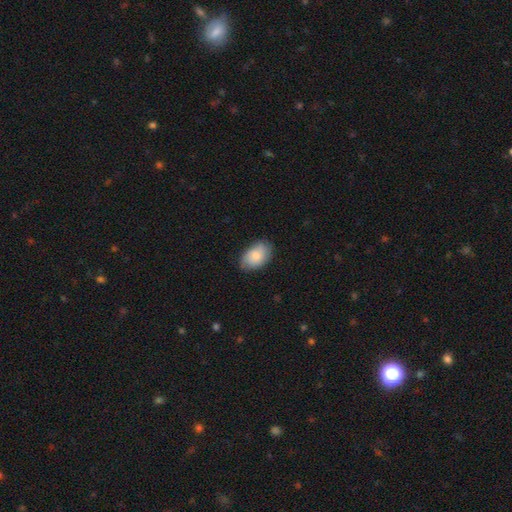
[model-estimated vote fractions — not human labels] smooth 70%, featured or disk 23%, star or artifact 7%. Down the decision tree: how rounded — in between (90%); merging — none (72%).